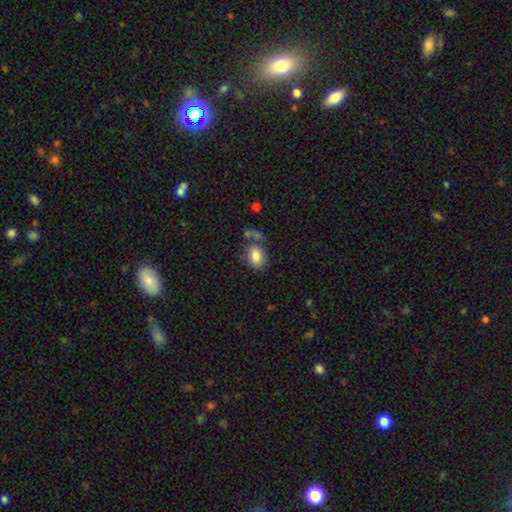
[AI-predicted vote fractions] smooth_or_featured: smooth (p=0.83) [alt: featured or disk p=0.09]
how_rounded: in between (p=0.77) [alt: round p=0.22]
merging: none (p=0.57) [alt: minor disturbance p=0.17]